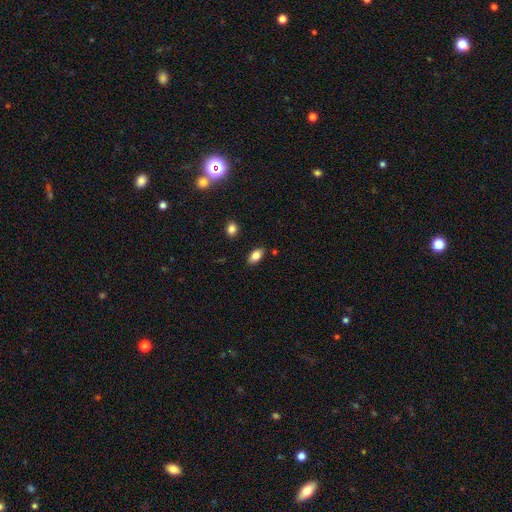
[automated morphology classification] Overall: smooth (80%). How rounded: in between (91%). Merging: none (86%).